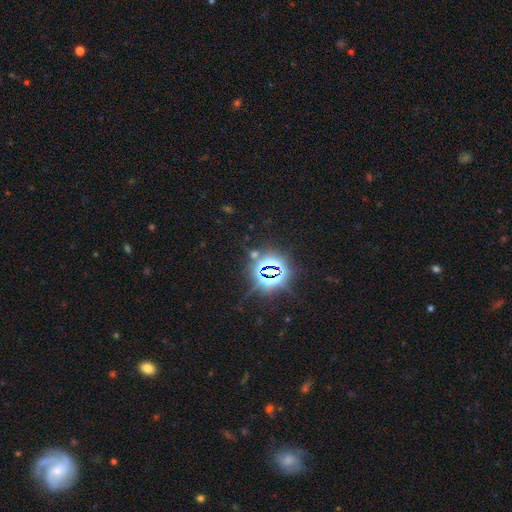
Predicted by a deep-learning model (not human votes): Smooth or featured? Predicted: star or artifact (p=0.83).